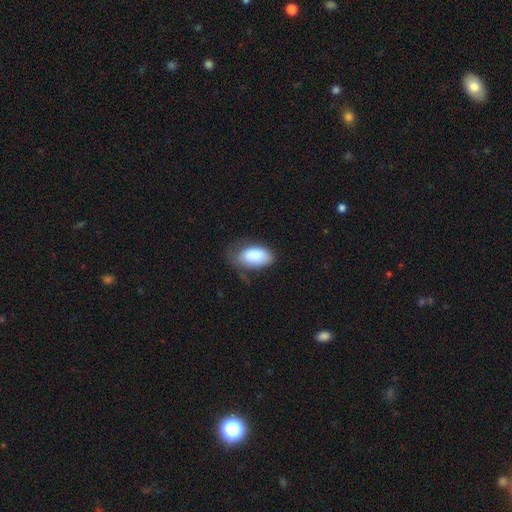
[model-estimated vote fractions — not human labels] Smooth or featured? Predicted: smooth (p=0.83). How rounded? Predicted: in between (p=0.95). Merging? Predicted: none (p=0.43).